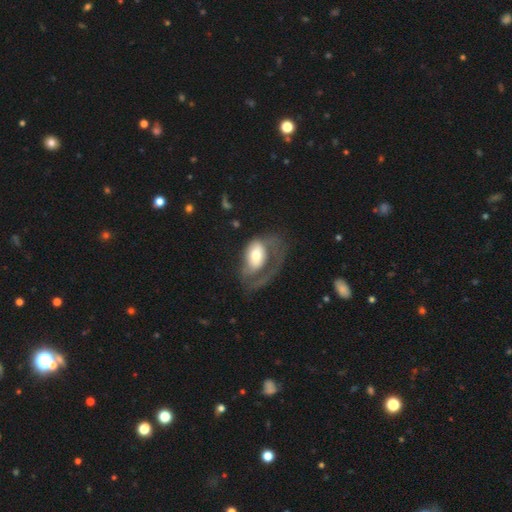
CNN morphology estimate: Overall: featured or disk (50%; smooth 44%). Merging: major disturbance (61%).